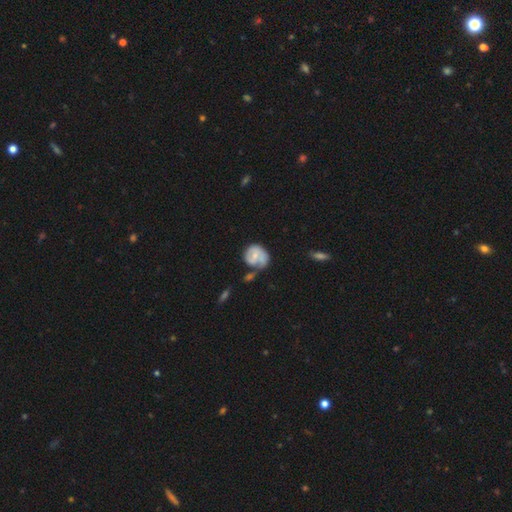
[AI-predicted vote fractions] Smooth or featured? Predicted: featured or disk (p=0.54). Edge-on disk? Predicted: no (p=0.97). Bar? Predicted: no (p=0.57). Spiral arms? Predicted: yes (p=0.70). Bulge size? Predicted: small (p=0.56). Merging? Predicted: none (p=0.36).